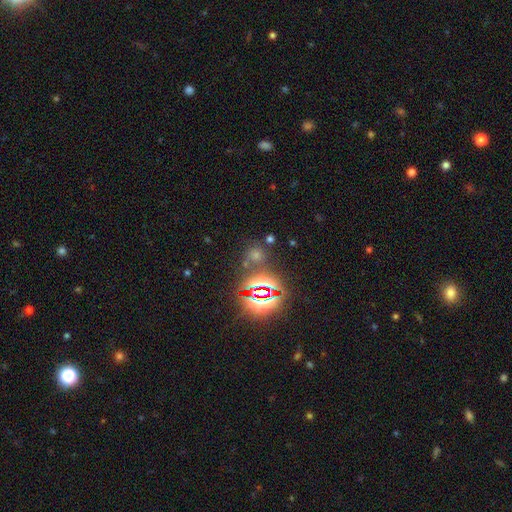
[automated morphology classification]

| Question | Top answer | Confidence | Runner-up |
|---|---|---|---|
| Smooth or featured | star or artifact | 67% | smooth (25%) |